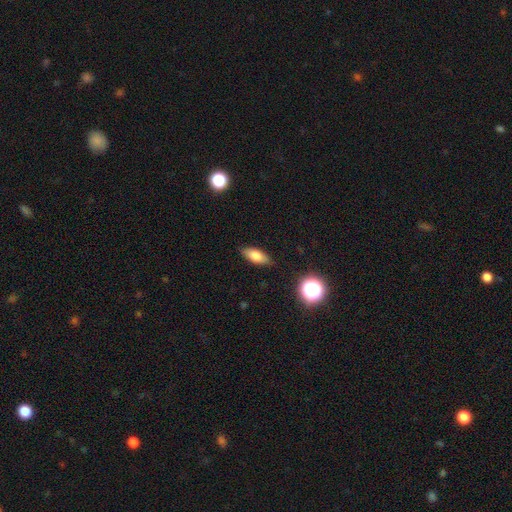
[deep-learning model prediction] Smooth or featured? smooth (76%)
How rounded? in between (77%)
Merging? none (85%)